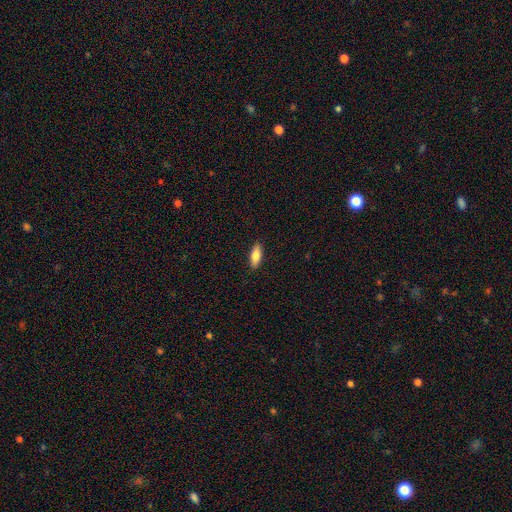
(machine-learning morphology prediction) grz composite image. It shows a smooth galaxy with no disk features (79%) that is in between round and cigar-shaped (68%). Merging: none (90%).